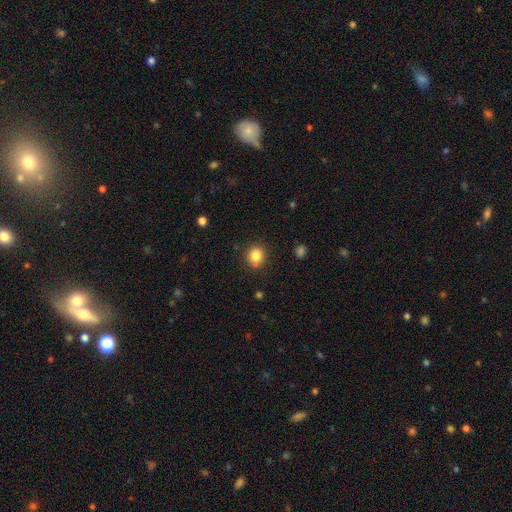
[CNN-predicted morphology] smooth_or_featured: smooth (p=0.84) [alt: star or artifact p=0.11]
how_rounded: round (p=0.86) [alt: in between p=0.13]
merging: none (p=0.83) [alt: minor disturbance p=0.11]